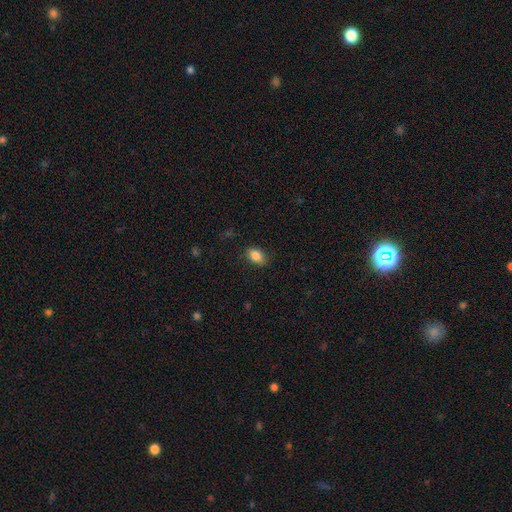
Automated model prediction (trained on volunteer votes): Overall: smooth (85%). How rounded: in between (85%). Merging: none (85%).